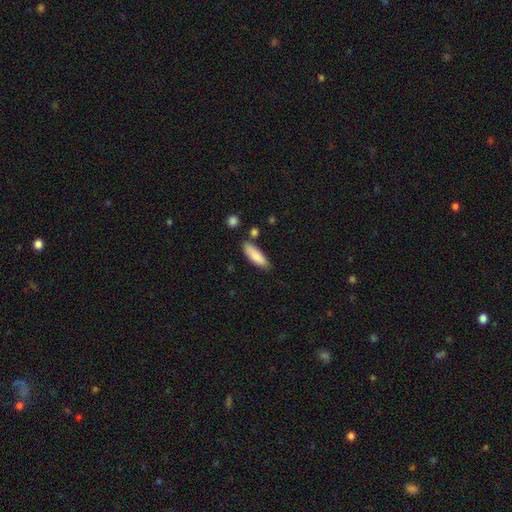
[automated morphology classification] A smooth galaxy with no disk features (86%) that is in between round and cigar-shaped (50%). Merging: none (76%).